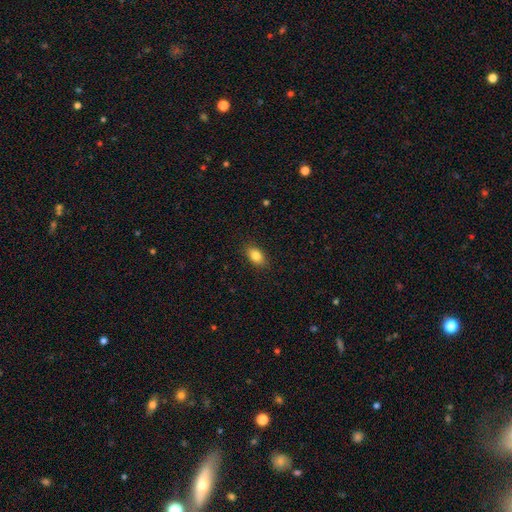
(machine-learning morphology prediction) Smooth or featured?
  - smooth: 84% *
  - star or artifact: 8%
  - featured or disk: 7%
How rounded?
  - in between: 87% *
  - round: 11%
  - cigar-shaped: 3%
Merging?
  - none: 88% *
  - minor disturbance: 9%
  - major disturbance: 2%
  - merger: 1%